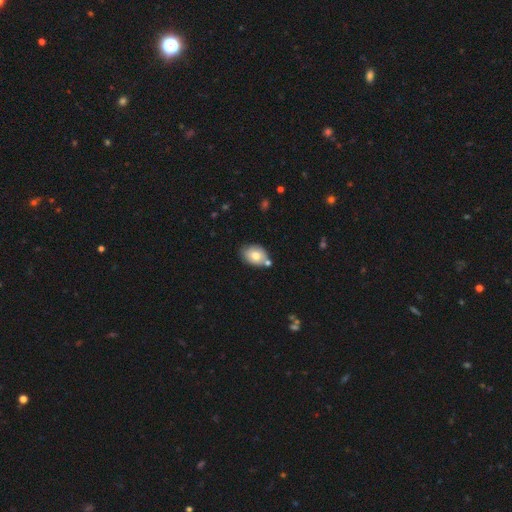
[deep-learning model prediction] smooth-or-featured: smooth: 75% | featured or disk: 17% | star or artifact: 8%
  how-rounded: in between: 70% | round: 29% | cigar-shaped: 1%
  merging: none: 62% | minor disturbance: 19% | merger: 15% | major disturbance: 4%